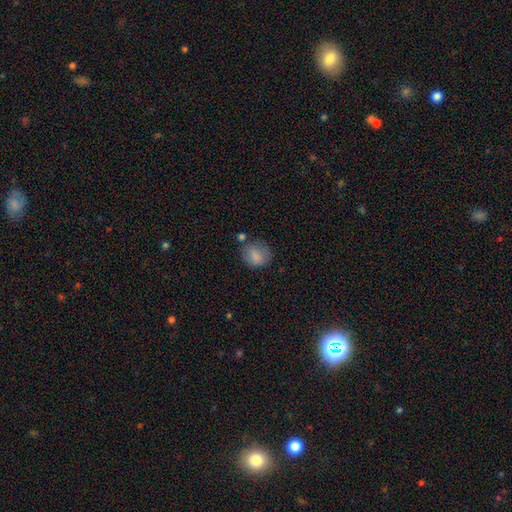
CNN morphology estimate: Overall: smooth (83%). How rounded: round (64%; in between 35%). Merging: none (61%; minor disturbance 23%).